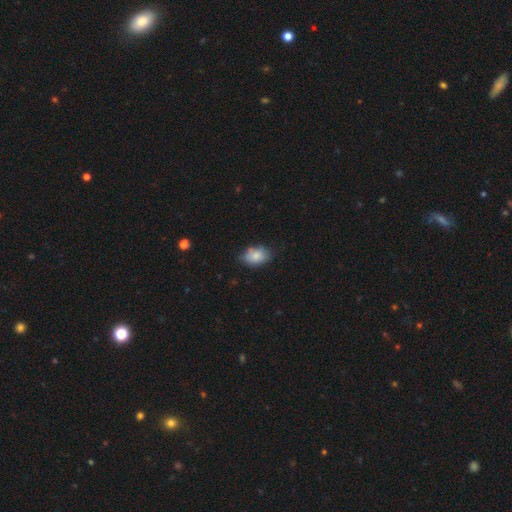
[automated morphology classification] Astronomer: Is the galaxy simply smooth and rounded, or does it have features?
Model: smooth — 81%.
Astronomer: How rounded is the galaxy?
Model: in between — 84%.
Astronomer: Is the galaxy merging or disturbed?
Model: none — 71%.